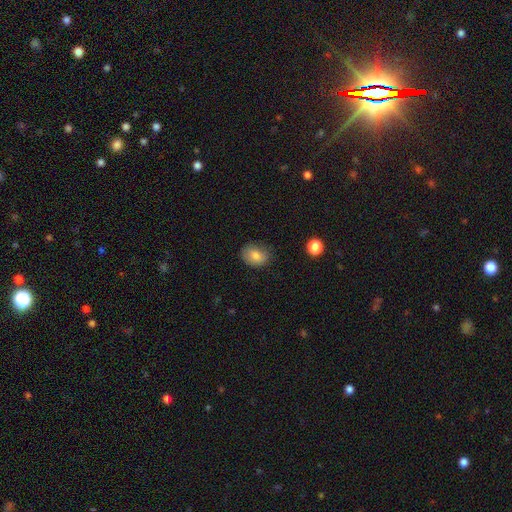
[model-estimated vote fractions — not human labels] Smooth or featured?
  - smooth: 80% *
  - featured or disk: 11%
  - star or artifact: 9%
How rounded?
  - in between: 59% *
  - round: 40%
  - cigar-shaped: 1%
Merging?
  - none: 70% *
  - minor disturbance: 24%
  - major disturbance: 5%
  - merger: 1%